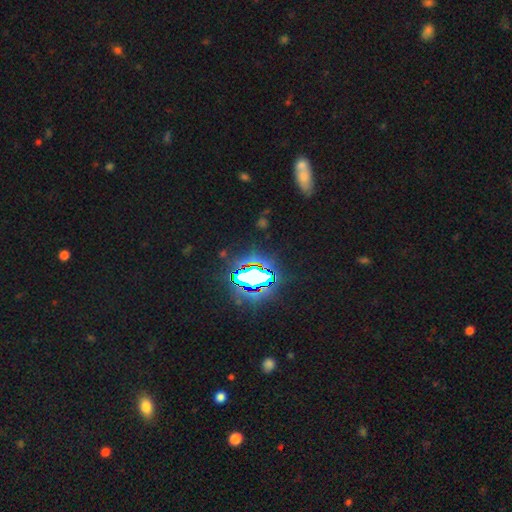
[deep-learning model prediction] smooth_or_featured: star or artifact (p=0.77) [alt: smooth p=0.14]